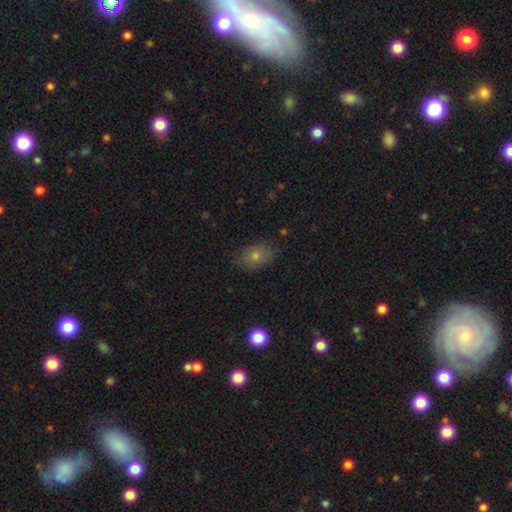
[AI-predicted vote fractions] A smooth galaxy with no disk features (71%) that is in between round and cigar-shaped (78%). Merging: none (81%).